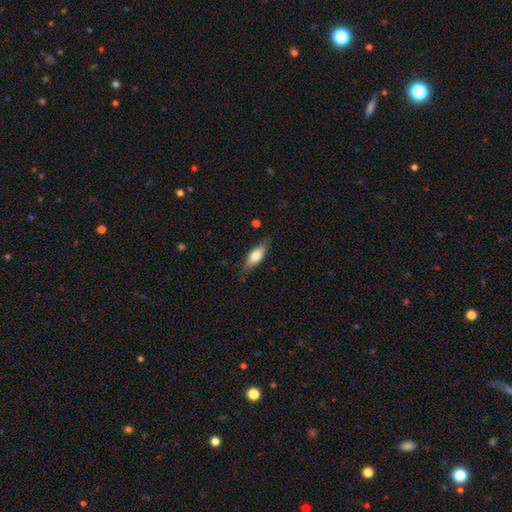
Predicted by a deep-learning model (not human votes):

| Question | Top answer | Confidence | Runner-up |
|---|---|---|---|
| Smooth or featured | smooth | 70% | featured or disk (23%) |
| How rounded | in between | 68% | cigar-shaped (30%) |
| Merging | none | 80% | minor disturbance (15%) |